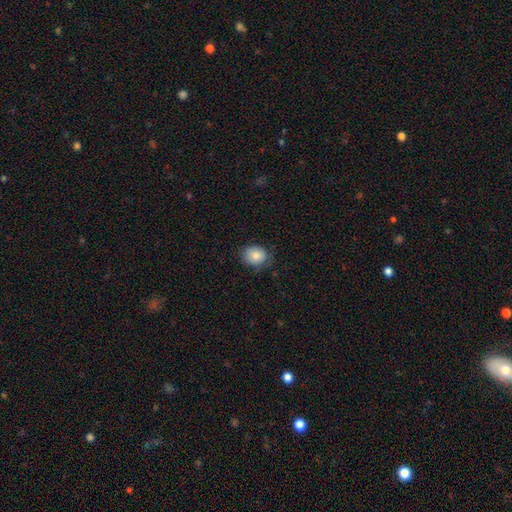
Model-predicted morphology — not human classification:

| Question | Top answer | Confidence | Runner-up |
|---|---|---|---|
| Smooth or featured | smooth | 83% | featured or disk (9%) |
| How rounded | round | 57% | in between (42%) |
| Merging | none | 74% | minor disturbance (20%) |